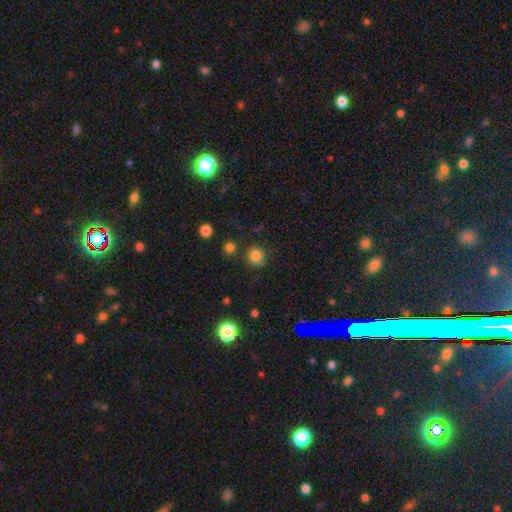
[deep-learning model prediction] This appears to be a smooth galaxy with no disk features (81%) that is round (89%). Merging: none (80%).